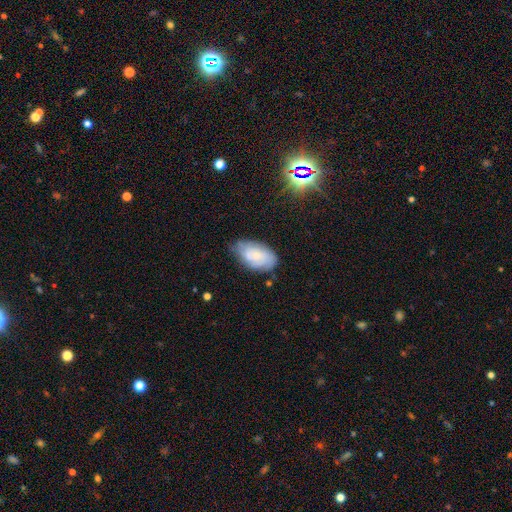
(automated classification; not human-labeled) smooth_or_featured: smooth (p=0.51) [alt: featured or disk p=0.41]
how_rounded: in between (p=0.93) [alt: round p=0.05]
merging: none (p=0.61) [alt: minor disturbance p=0.29]